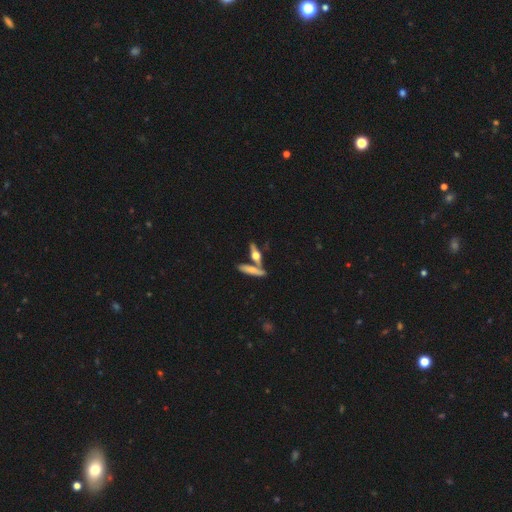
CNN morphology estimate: type=featured or disk (52%); edge-on=yes (89%); merging=none (65%).